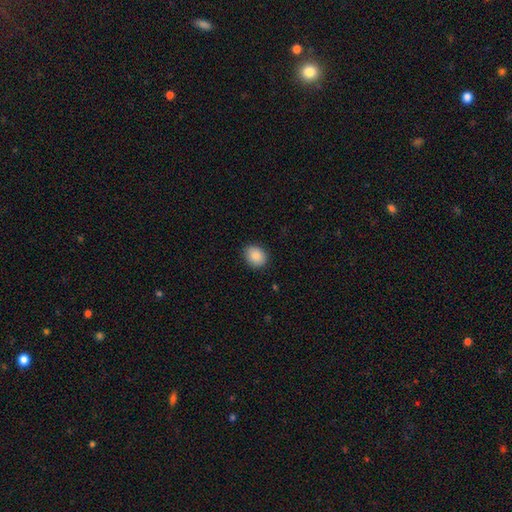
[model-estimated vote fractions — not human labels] Smooth or featured: smooth — 88% (star or artifact — 8%)
How rounded: round — 50% (in between — 49%)
Merging: none — 88% (minor disturbance — 9%)